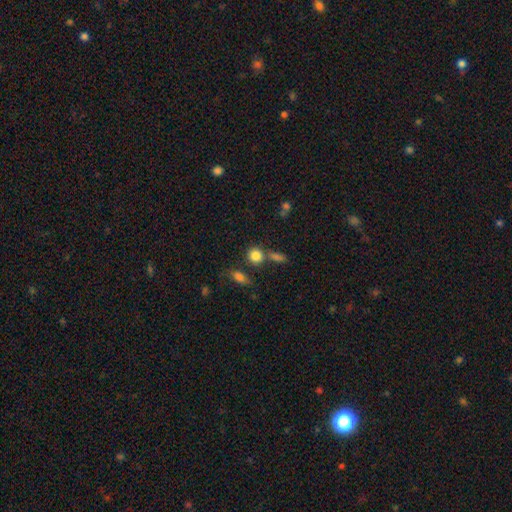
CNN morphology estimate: Smooth or featured?
  - smooth: 83% *
  - star or artifact: 11%
  - featured or disk: 6%
How rounded?
  - round: 78% *
  - in between: 20%
  - cigar-shaped: 2%
Merging?
  - none: 62% *
  - merger: 22%
  - minor disturbance: 12%
  - major disturbance: 5%